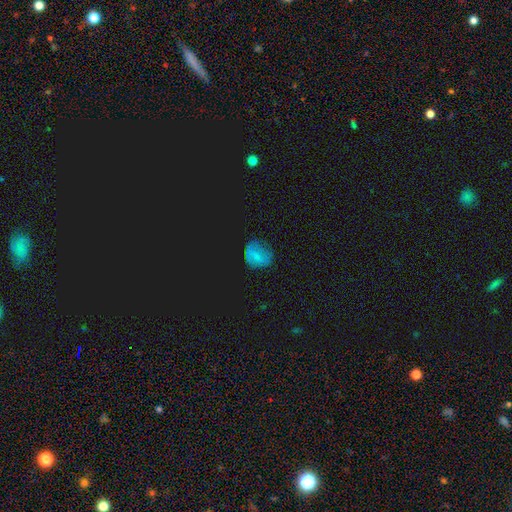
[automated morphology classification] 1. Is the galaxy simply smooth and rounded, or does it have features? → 47% smooth, 32% star or artifact, 21% featured or disk.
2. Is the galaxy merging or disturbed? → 67% none, 22% minor disturbance, 9% major disturbance, 2% merger.